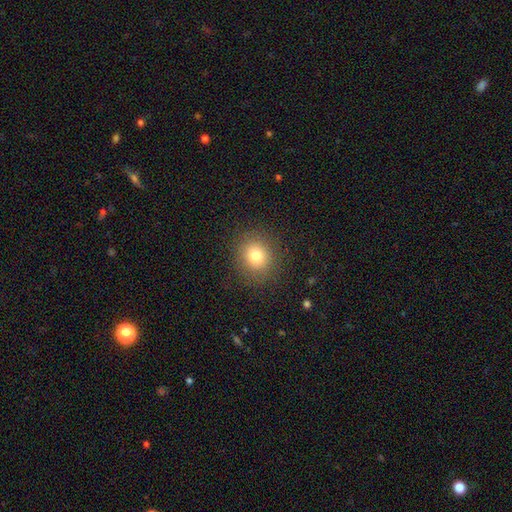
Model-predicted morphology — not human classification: The model was most divided on "how rounded": round: 82%, in between: 17%, cigar-shaped: 1%. More confident: merging — none (88%); smooth or featured — smooth (78%).